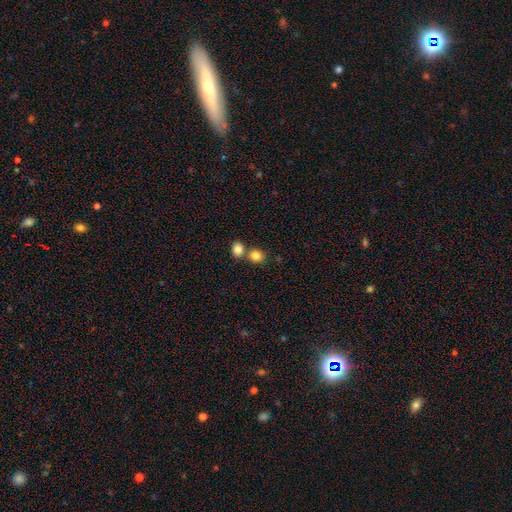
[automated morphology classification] Smooth or featured? Predicted: smooth (p=0.84). How rounded? Predicted: round (p=0.73). Merging? Predicted: none (p=0.54).